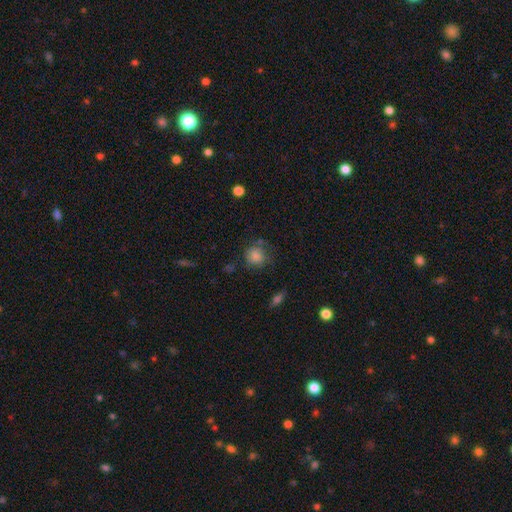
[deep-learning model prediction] The model was most divided on "merging": none: 59%, minor disturbance: 24%, major disturbance: 11%, merger: 5%. More confident: how rounded — round (80%); smooth or featured — smooth (79%).